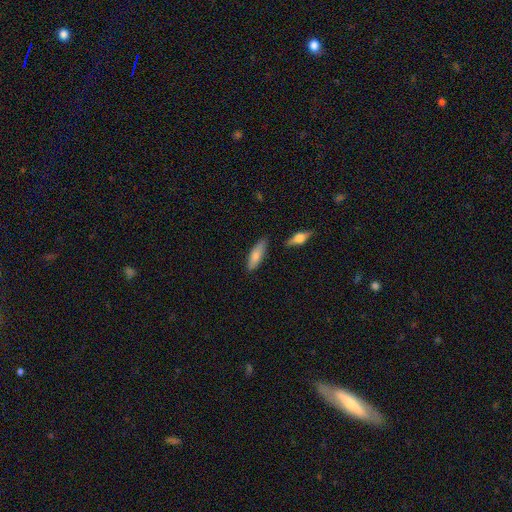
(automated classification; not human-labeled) smooth-or-featured: smooth: 75% | featured or disk: 19% | star or artifact: 6%
  how-rounded: cigar-shaped: 51% | in between: 47% | round: 2%
  merging: none: 81% | minor disturbance: 12% | merger: 4% | major disturbance: 2%